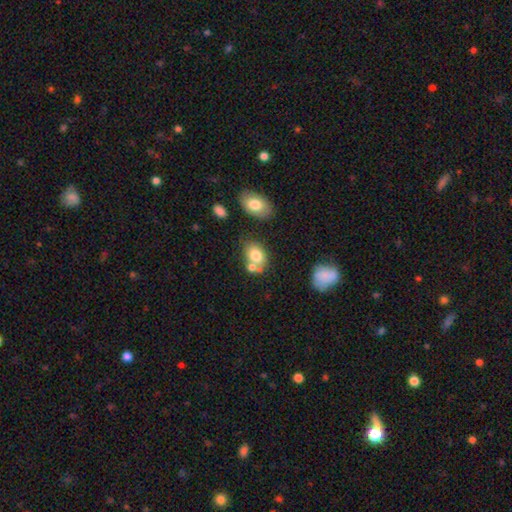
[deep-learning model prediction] Smooth or featured? smooth (75%)
How rounded? in between (74%)
Merging? none (45%)